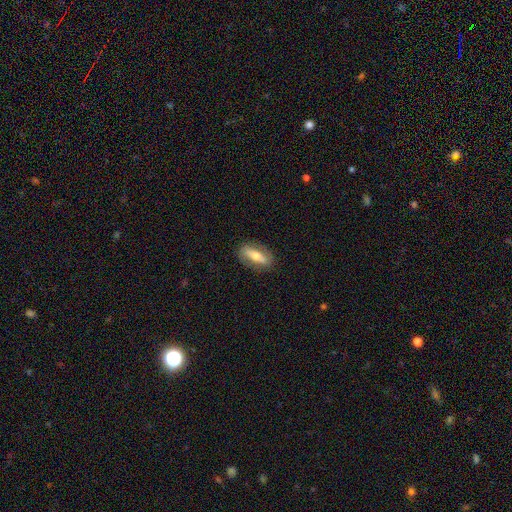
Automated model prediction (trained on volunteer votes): Q: Smooth or featured?
A: featured or disk (50%); runner-up: smooth (43%)
Q: Edge-on disk?
A: no (69%); runner-up: yes (31%)
Q: Merging?
A: none (83%); runner-up: minor disturbance (12%)